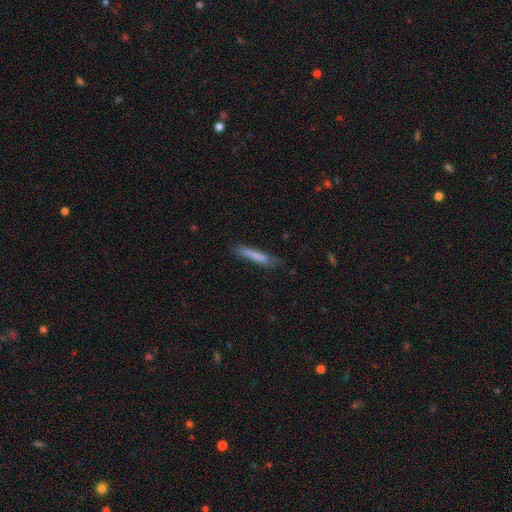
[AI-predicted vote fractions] The model was most divided on "merging": none: 72%, minor disturbance: 20%, major disturbance: 6%, merger: 2%. More confident: how rounded — cigar-shaped (92%); smooth or featured — smooth (73%).